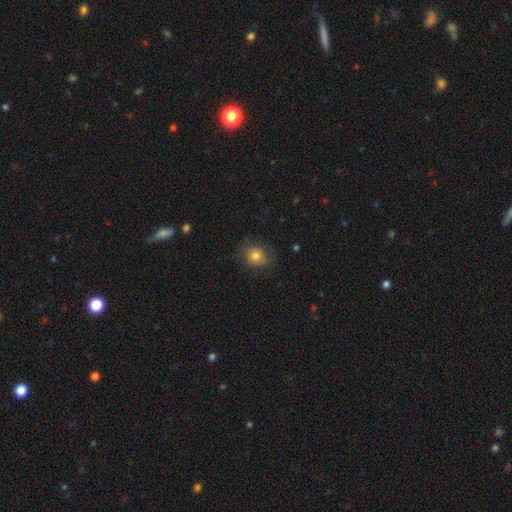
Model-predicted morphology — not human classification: Overall: smooth (77%). How rounded: round (70%). Merging: none (72%).